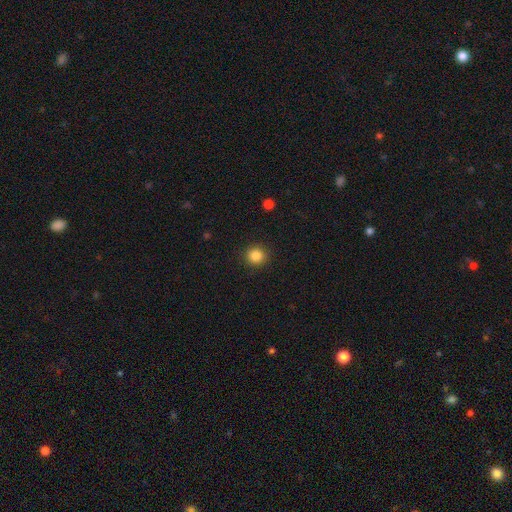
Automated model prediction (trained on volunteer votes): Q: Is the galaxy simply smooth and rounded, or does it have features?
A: smooth — 85%.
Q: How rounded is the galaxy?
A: round — 91%.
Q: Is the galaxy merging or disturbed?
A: none — 91%.